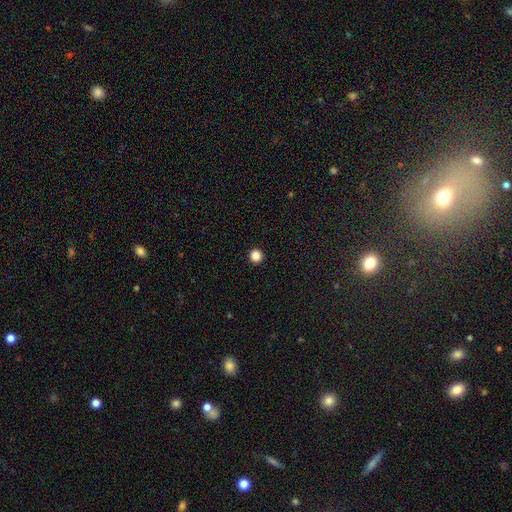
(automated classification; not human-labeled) Smooth or featured? smooth (86%)
How rounded? round (92%)
Merging? none (94%)